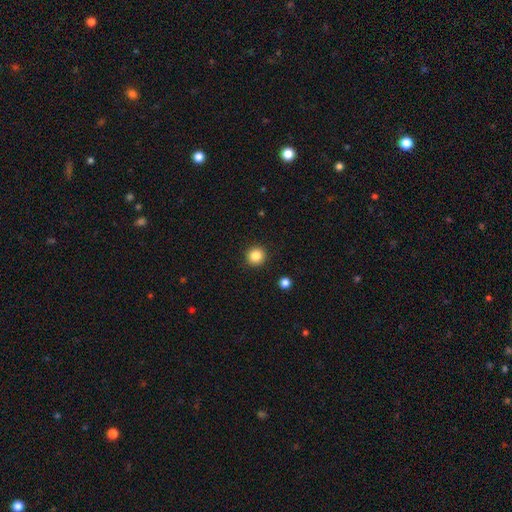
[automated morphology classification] A smooth galaxy with no disk features (85%) that is round (94%). Merging: none (92%).